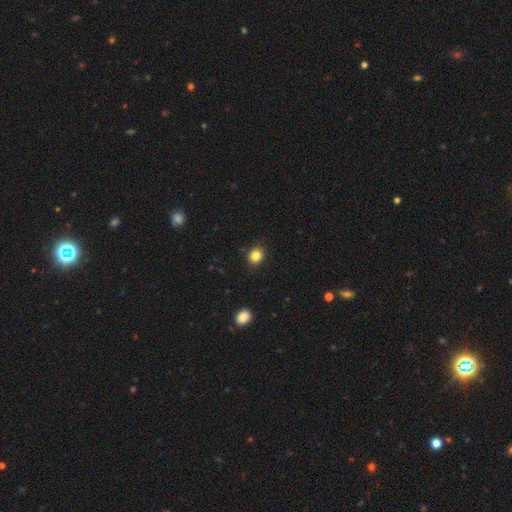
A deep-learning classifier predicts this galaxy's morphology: smooth_or_featured: smooth (p=0.84) [alt: star or artifact p=0.11]
how_rounded: round (p=0.71) [alt: in between p=0.28]
merging: none (p=0.90) [alt: minor disturbance p=0.07]